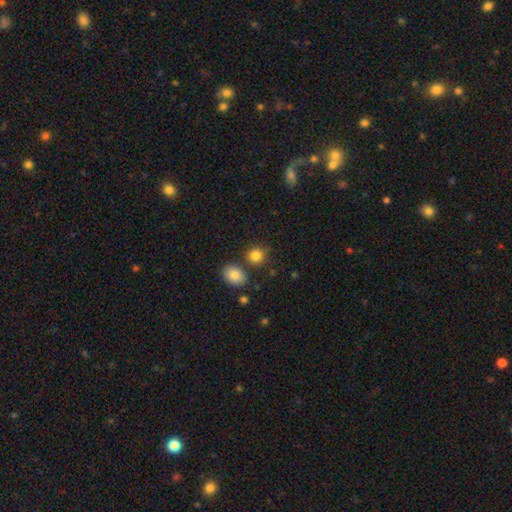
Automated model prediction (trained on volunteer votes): Smooth or featured?
  - smooth: 84% *
  - star or artifact: 10%
  - featured or disk: 6%
How rounded?
  - round: 78% *
  - in between: 21%
  - cigar-shaped: 1%
Merging?
  - none: 75% *
  - merger: 12%
  - minor disturbance: 10%
  - major disturbance: 3%